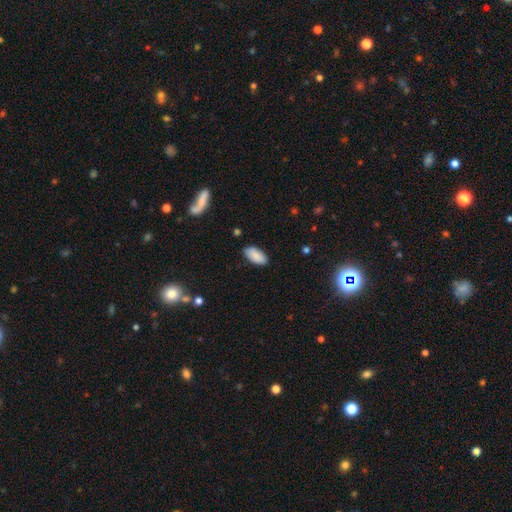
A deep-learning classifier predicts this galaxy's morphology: Overall: smooth (88%). How rounded: in between (93%). Merging: none (84%).